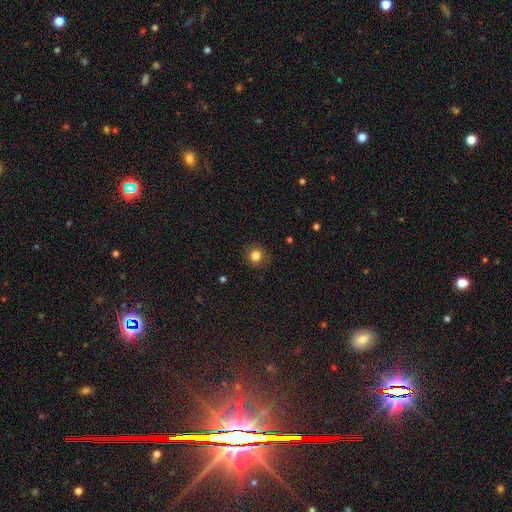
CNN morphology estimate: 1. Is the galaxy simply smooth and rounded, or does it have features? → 83% smooth, 12% star or artifact, 5% featured or disk.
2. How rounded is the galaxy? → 87% round, 12% in between, 1% cigar-shaped.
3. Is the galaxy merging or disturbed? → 87% none, 9% minor disturbance, 3% major disturbance, 1% merger.